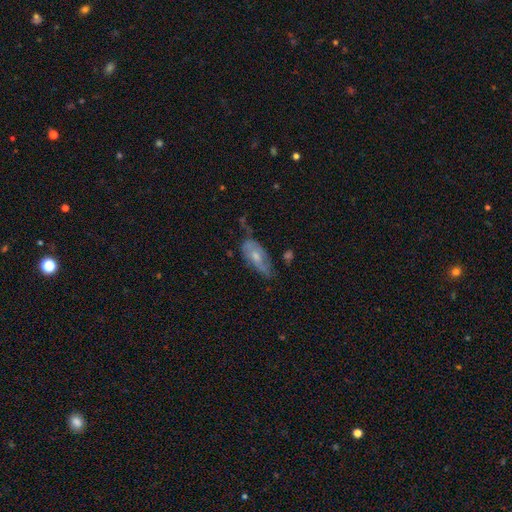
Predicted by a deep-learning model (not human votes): Smooth or featured?
  - featured or disk: 54% *
  - smooth: 39%
  - star or artifact: 7%
Edge-on disk?
  - no: 84% *
  - yes: 16%
Merging?
  - none: 48% *
  - minor disturbance: 33%
  - major disturbance: 14%
  - merger: 4%